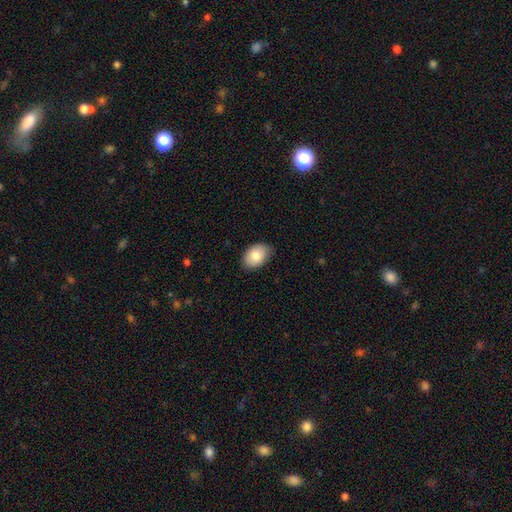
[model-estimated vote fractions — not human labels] smooth 82%, featured or disk 11%, star or artifact 7%. Down the decision tree: how rounded — in between (87%); merging — none (80%).